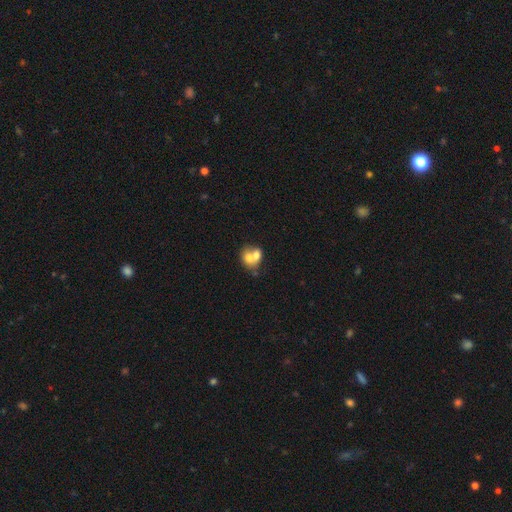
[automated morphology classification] Smooth or featured: smooth — 66% (featured or disk — 25%)
How rounded: round — 54% (in between — 45%)
Merging: merger — 67% (none — 22%)